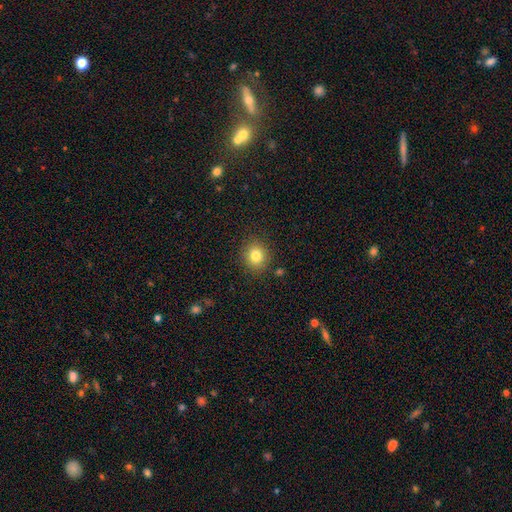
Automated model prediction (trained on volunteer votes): smooth-or-featured: smooth: 81% | star or artifact: 11% | featured or disk: 8%
  how-rounded: round: 80% | in between: 19% | cigar-shaped: 1%
  merging: none: 87% | minor disturbance: 8% | major disturbance: 3% | merger: 2%